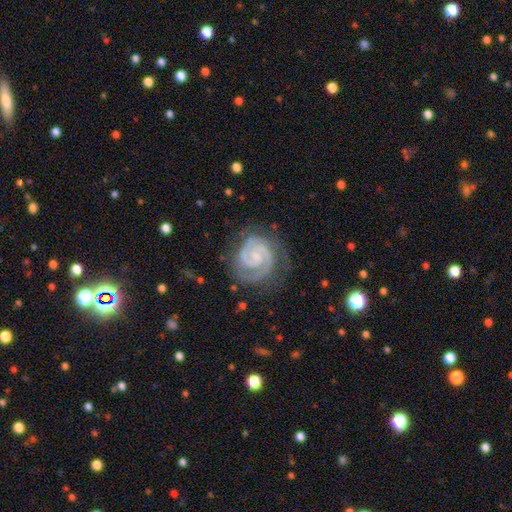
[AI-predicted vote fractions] Smooth or featured: featured or disk — 93% (star or artifact — 4%)
Edge-on disk: no — 98% (yes — 2%)
Bar: no — 49% (weak — 38%)
Spiral arms: yes — 99% (no — 1%)
Spiral winding: tight — 71% (medium — 27%)
Spiral arm count: 2 — 88% (3 — 6%)
Bulge size: small — 58% (none — 25%)
Merging: none — 79% (minor disturbance — 15%)